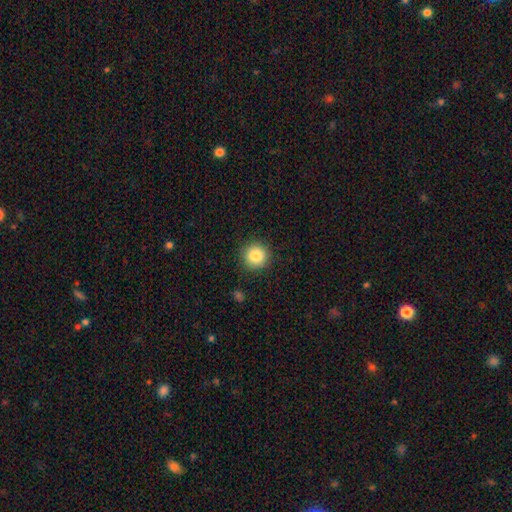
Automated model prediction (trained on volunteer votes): smooth_or_featured: smooth (p=0.84) [alt: star or artifact p=0.10]
how_rounded: round (p=0.94) [alt: in between p=0.05]
merging: none (p=0.90) [alt: minor disturbance p=0.06]